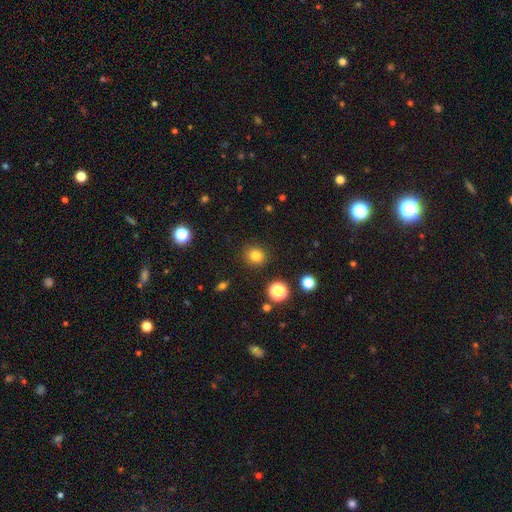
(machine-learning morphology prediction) Q: Smooth or featured?
A: smooth (81%); runner-up: star or artifact (14%)
Q: How rounded?
A: round (86%); runner-up: in between (13%)
Q: Merging?
A: none (90%); runner-up: minor disturbance (6%)